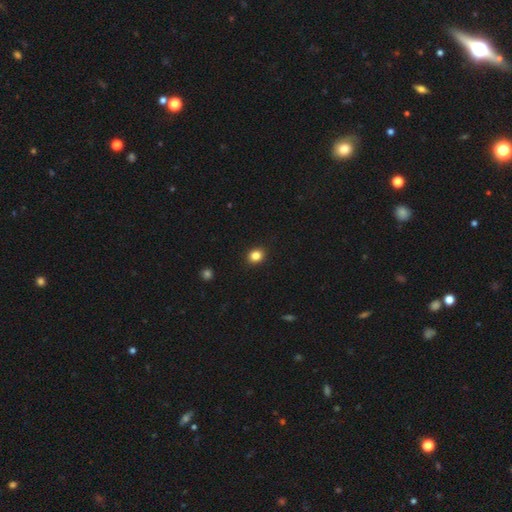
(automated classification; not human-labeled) Smooth or featured? Predicted: smooth (p=0.85). How rounded? Predicted: round (p=0.69). Merging? Predicted: none (p=0.91).